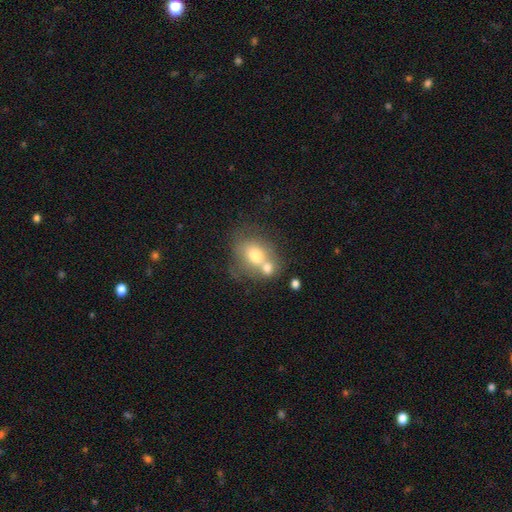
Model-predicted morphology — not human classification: Smooth or featured? smooth (66%)
How rounded? round (55%)
Merging? merger (52%)